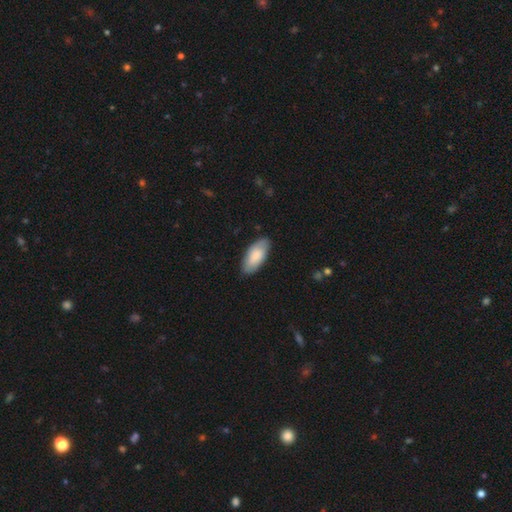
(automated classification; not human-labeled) The model was most divided on "smooth or featured": smooth: 80%, featured or disk: 14%, star or artifact: 5%. More confident: how rounded — in between (89%); merging — none (82%).